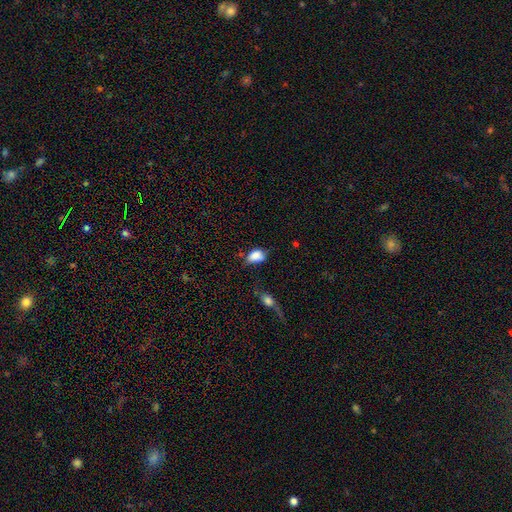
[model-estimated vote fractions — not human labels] Overall: smooth (83%). How rounded: in between (85%). Merging: none (44%; minor disturbance 34%).